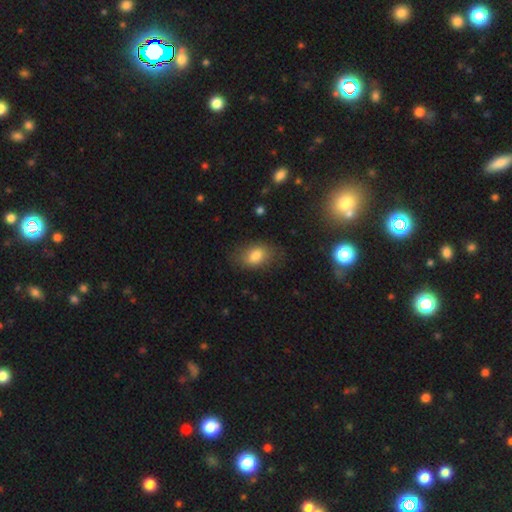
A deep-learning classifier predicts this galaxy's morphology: Overall: smooth (80%). How rounded: in between (83%). Merging: none (71%).